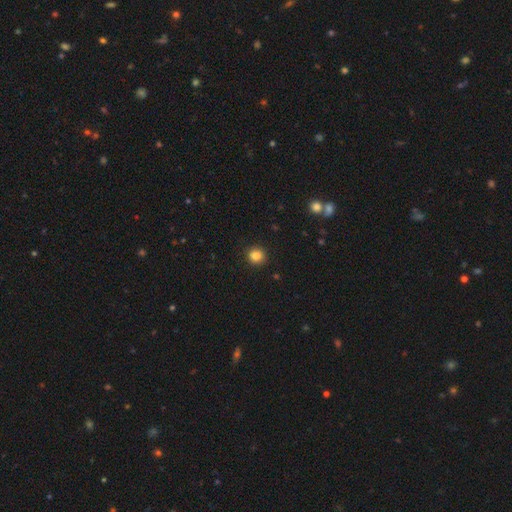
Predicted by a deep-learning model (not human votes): The model was most divided on "smooth or featured": smooth: 85%, star or artifact: 11%, featured or disk: 4%. More confident: merging — none (92%); how rounded — round (90%).